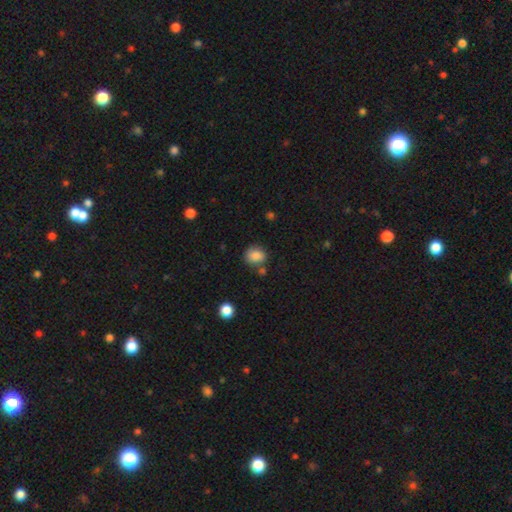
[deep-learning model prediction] A smooth galaxy with no disk features (84%) that is round (70%). Merging: none (71%).